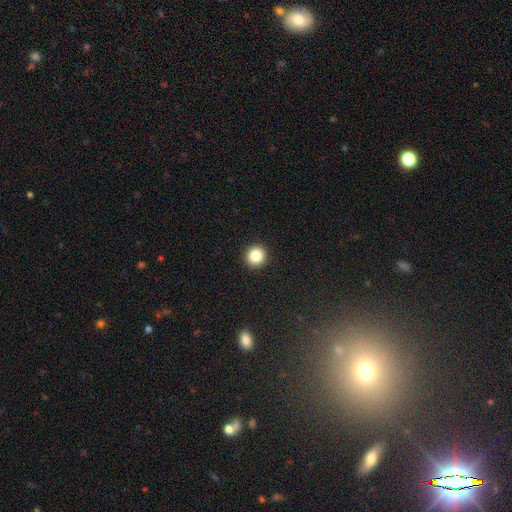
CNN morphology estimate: The model was most divided on "smooth or featured": smooth: 85%, star or artifact: 11%, featured or disk: 4%. More confident: merging — none (93%); how rounded — round (93%).